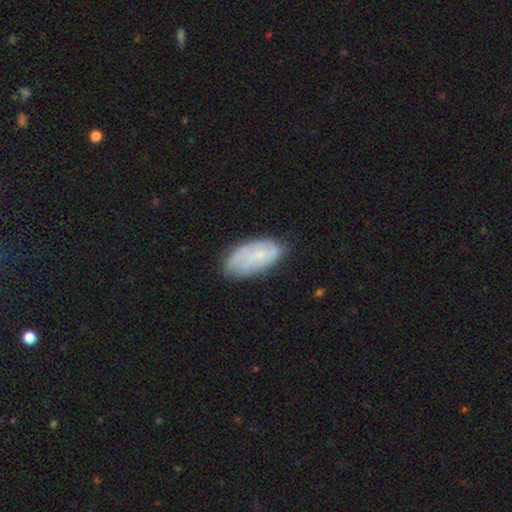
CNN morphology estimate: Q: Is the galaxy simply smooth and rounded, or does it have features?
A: featured or disk — 52%.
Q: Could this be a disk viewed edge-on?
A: no — 94%.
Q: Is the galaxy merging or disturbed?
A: none — 59%.